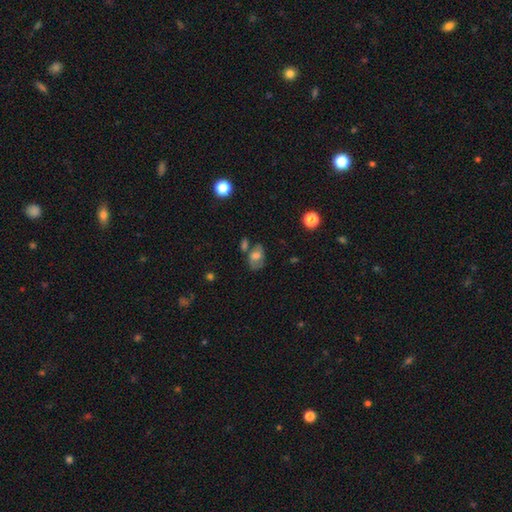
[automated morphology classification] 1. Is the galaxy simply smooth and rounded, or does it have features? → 53% smooth, 37% featured or disk, 10% star or artifact.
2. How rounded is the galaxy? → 82% in between, 16% round, 2% cigar-shaped.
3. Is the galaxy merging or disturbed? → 48% none, 22% minor disturbance, 19% merger, 11% major disturbance.